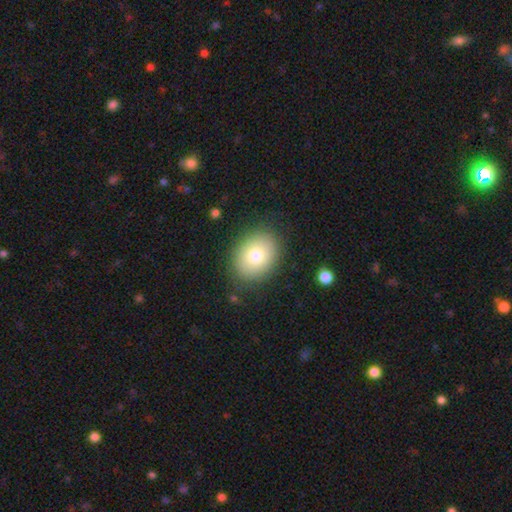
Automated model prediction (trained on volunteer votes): Q: Smooth or featured?
A: smooth (78%); runner-up: featured or disk (12%)
Q: How rounded?
A: in between (55%); runner-up: round (44%)
Q: Merging?
A: none (85%); runner-up: minor disturbance (10%)